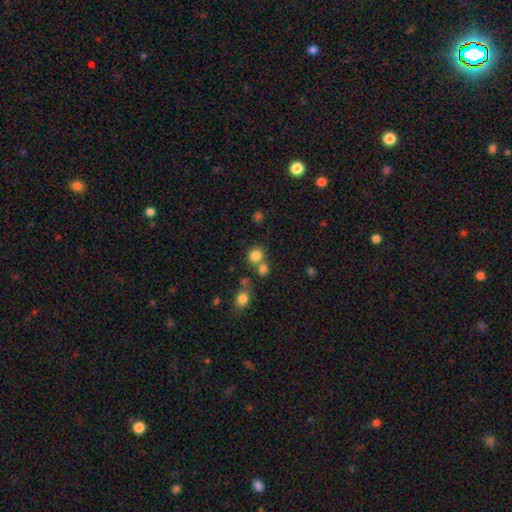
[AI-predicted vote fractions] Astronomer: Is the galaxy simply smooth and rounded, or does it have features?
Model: smooth — 81%.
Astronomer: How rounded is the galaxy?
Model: round — 83%.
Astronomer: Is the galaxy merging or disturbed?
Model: none — 59%.